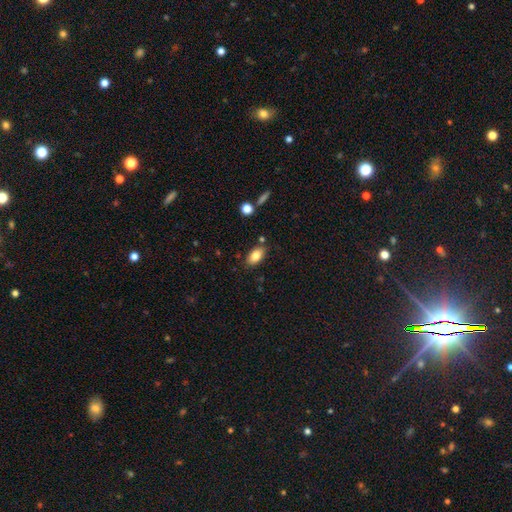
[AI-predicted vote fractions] Q: Smooth or featured?
A: smooth (82%); runner-up: featured or disk (10%)
Q: How rounded?
A: in between (91%); runner-up: round (5%)
Q: Merging?
A: none (81%); runner-up: minor disturbance (12%)